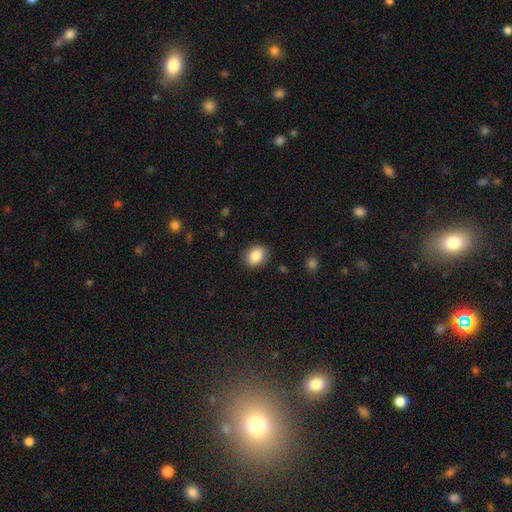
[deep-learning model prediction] Overall: smooth (87%). How rounded: in between (61%; round 38%). Merging: none (88%).